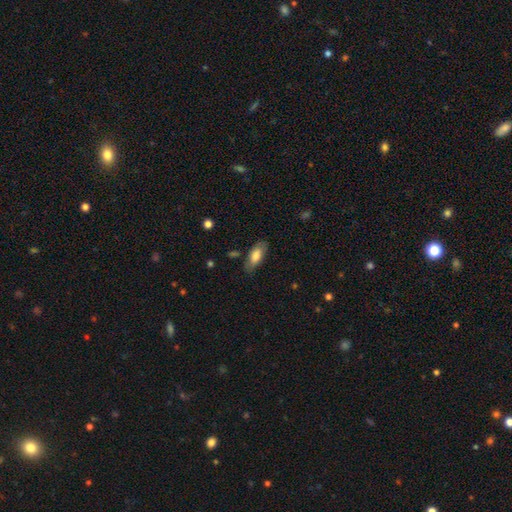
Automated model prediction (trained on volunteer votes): A smooth galaxy with no disk features (73%) that is in between round and cigar-shaped (83%). Merging: none (75%).